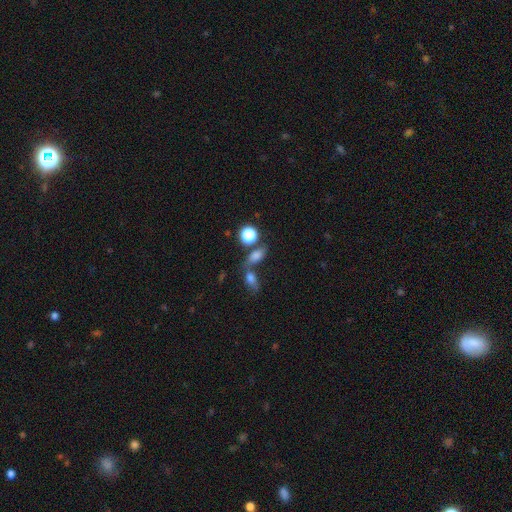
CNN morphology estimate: Smooth or featured?
  - smooth: 72% *
  - star or artifact: 17%
  - featured or disk: 11%
How rounded?
  - in between: 72% *
  - round: 20%
  - cigar-shaped: 8%
Merging?
  - none: 43% *
  - merger: 38%
  - minor disturbance: 12%
  - major disturbance: 7%